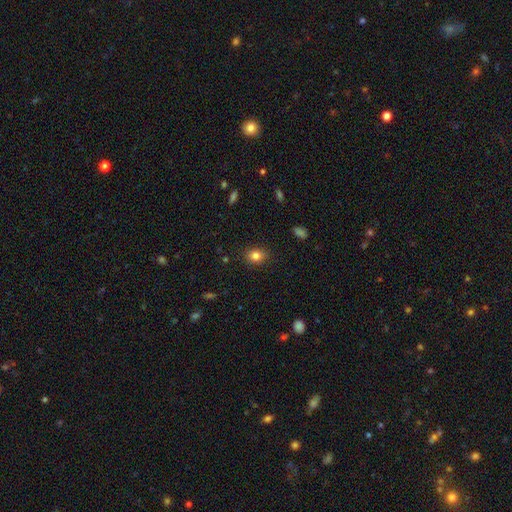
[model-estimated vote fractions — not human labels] Overall: smooth (82%). How rounded: in between (51%; round 47%). Merging: none (87%).